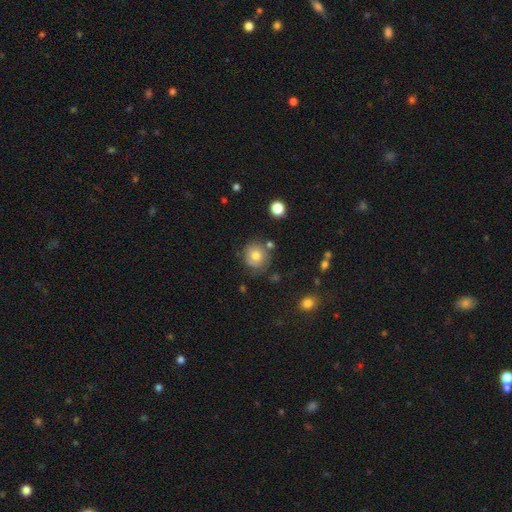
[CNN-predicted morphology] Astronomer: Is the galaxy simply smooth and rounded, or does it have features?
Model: smooth — 69%.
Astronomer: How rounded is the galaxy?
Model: round — 87%.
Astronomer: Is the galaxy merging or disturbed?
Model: none — 73%.